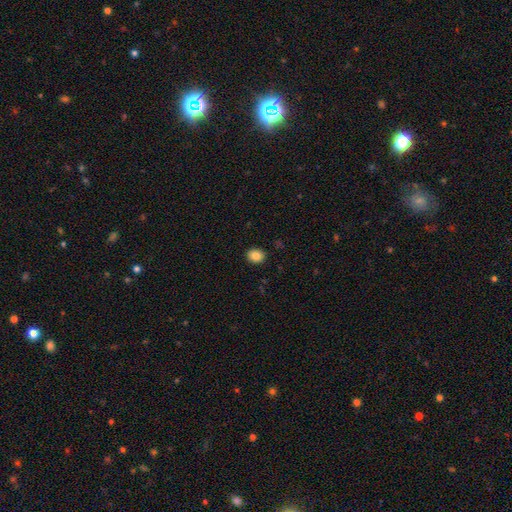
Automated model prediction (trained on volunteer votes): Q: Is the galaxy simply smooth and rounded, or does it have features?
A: smooth — 85%.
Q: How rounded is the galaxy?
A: round — 54%.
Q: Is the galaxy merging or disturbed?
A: none — 90%.